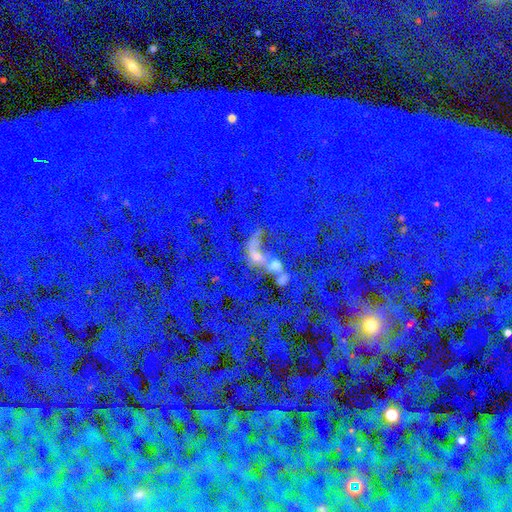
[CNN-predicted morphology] A star or artifact, not a galaxy (55%).

Vote fractions:
- Smooth or featured? star or artifact: 55% / featured or disk: 24% / smooth: 21%